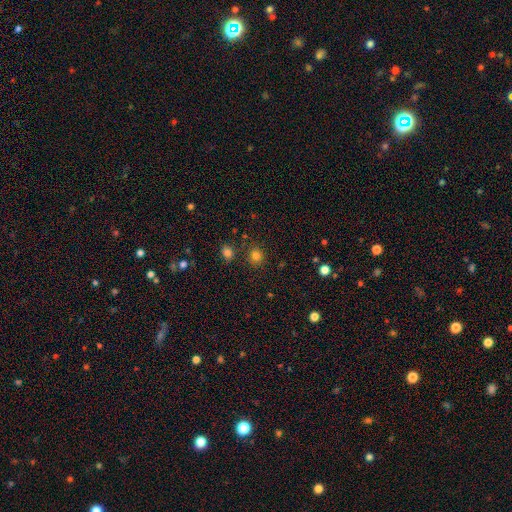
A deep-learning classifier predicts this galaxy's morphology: This appears to be a smooth galaxy with no disk features (79%) that is round (85%). Merging: none (85%).